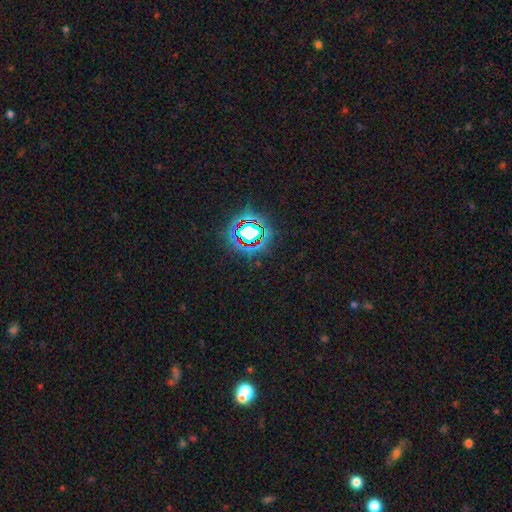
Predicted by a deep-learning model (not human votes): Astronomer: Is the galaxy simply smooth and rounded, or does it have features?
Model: star or artifact — 78%.